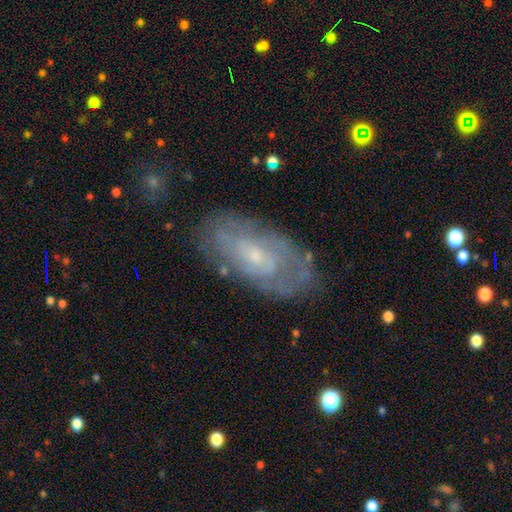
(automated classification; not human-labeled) Smooth or featured? Predicted: featured or disk (p=0.71). Edge-on disk? Predicted: no (p=0.93). Bar? Predicted: no (p=0.65). Spiral arms? Predicted: yes (p=0.78). Spiral winding? Predicted: tight (p=0.60). Spiral arm count? Predicted: can't tell (p=0.57). Bulge size? Predicted: small (p=0.65). Merging? Predicted: none (p=0.74).